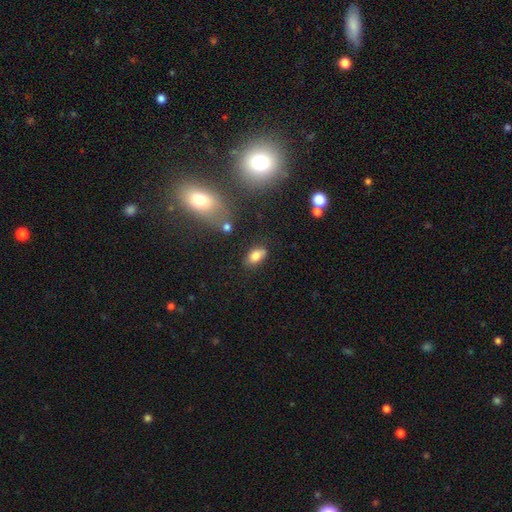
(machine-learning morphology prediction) A smooth galaxy with no disk features (81%) that is in between round and cigar-shaped (90%).

Vote fractions:
- Smooth or featured? smooth: 81% / featured or disk: 10% / star or artifact: 9%
- How rounded? in between: 90% / round: 6% / cigar-shaped: 4%
- Merging? none: 76% / minor disturbance: 16% / merger: 5% / major disturbance: 4%